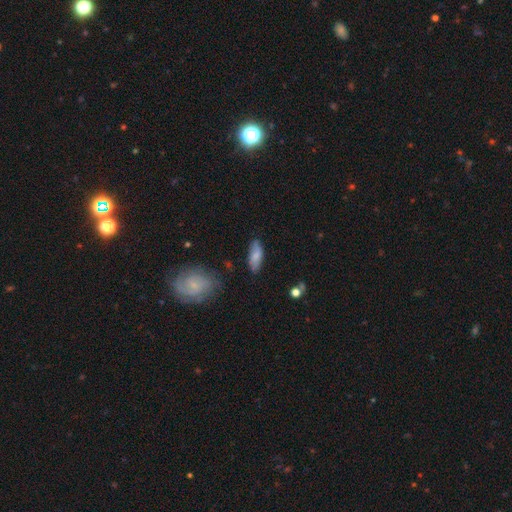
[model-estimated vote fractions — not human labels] Morphology: type=smooth (71%); roundness=in between (75%); merging=none (76%).